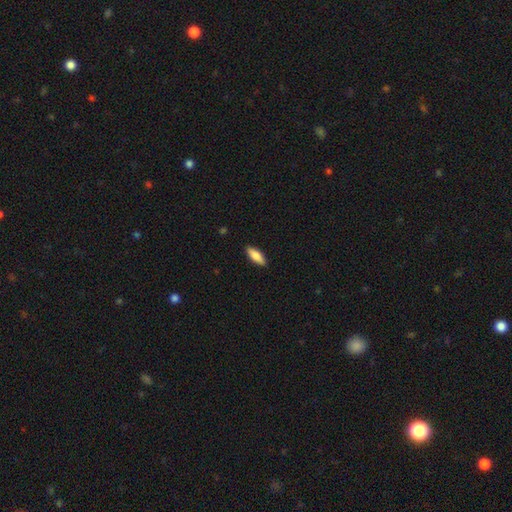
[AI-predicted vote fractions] Smooth or featured? smooth (81%)
How rounded? in between (68%)
Merging? none (89%)